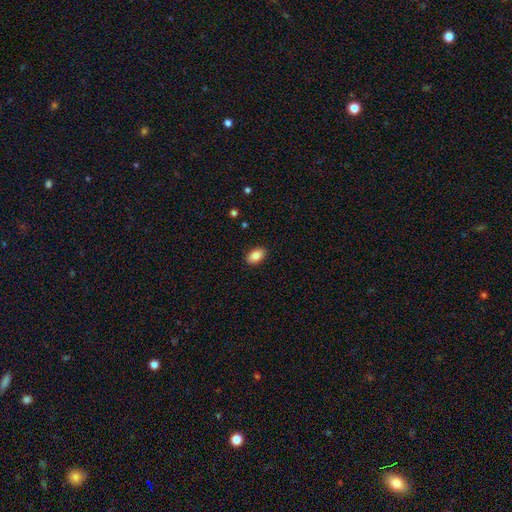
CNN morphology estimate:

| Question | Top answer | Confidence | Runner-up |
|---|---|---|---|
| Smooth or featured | smooth | 85% | featured or disk (8%) |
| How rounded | in between | 91% | round (8%) |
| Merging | none | 89% | minor disturbance (8%) |